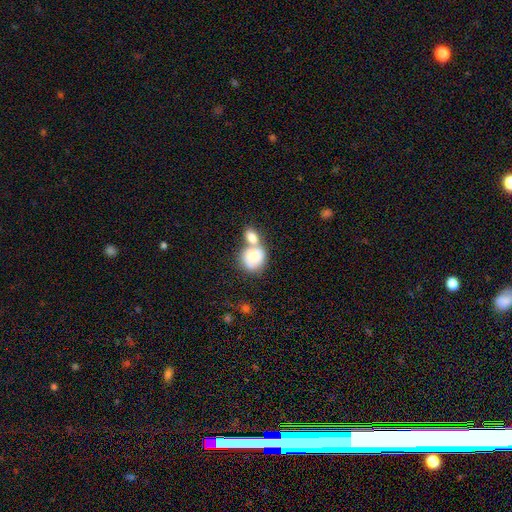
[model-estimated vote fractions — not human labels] Q: Smooth or featured?
A: smooth (73%); runner-up: featured or disk (15%)
Q: How rounded?
A: round (69%); runner-up: in between (30%)
Q: Merging?
A: merger (49%); runner-up: none (36%)